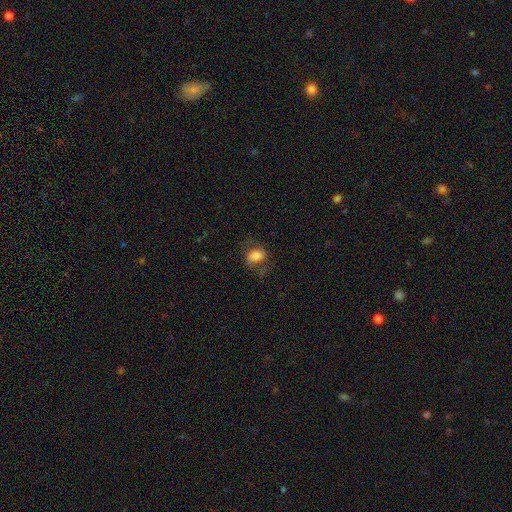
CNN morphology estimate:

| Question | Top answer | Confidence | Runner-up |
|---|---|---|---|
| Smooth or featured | smooth | 56% | featured or disk (34%) |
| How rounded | in between | 68% | round (30%) |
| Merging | none | 58% | minor disturbance (22%) |